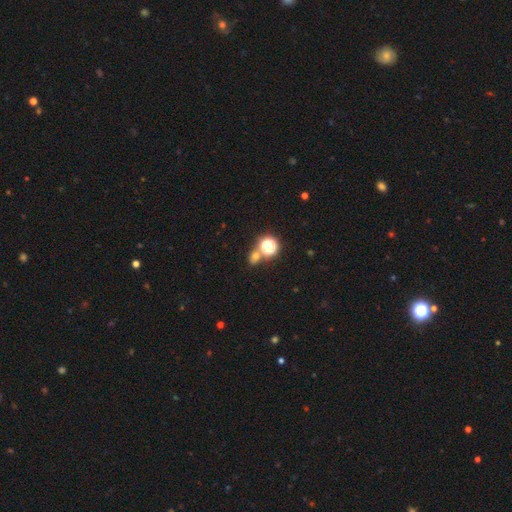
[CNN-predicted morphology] smooth_or_featured: smooth (p=0.55) [alt: star or artifact p=0.37]
how_rounded: round (p=0.66) [alt: in between p=0.32]
merging: none (p=0.65) [alt: merger p=0.21]